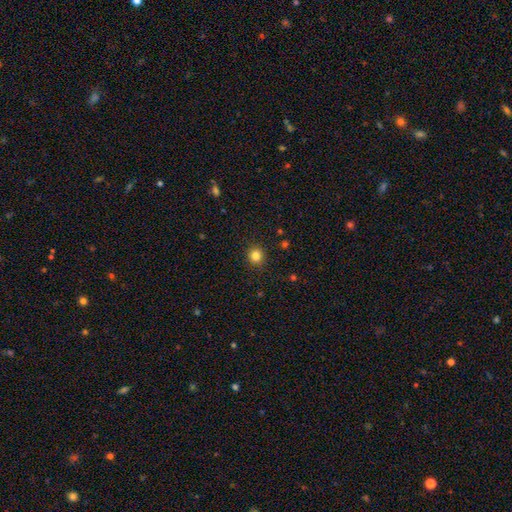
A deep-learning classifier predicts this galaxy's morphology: Smooth or featured: smooth — 83% (star or artifact — 13%)
How rounded: round — 92% (in between — 7%)
Merging: none — 91% (minor disturbance — 6%)